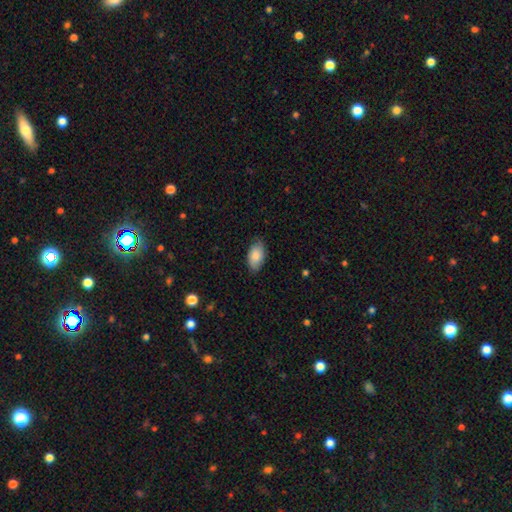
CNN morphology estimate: smooth 84%, featured or disk 9%, star or artifact 6%. Down the decision tree: how rounded — in between (94%); merging — none (81%).